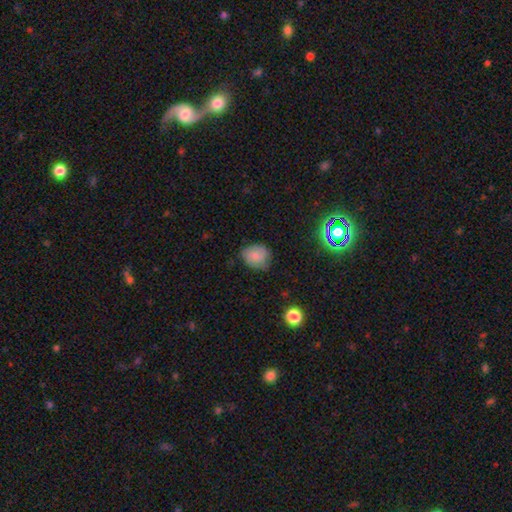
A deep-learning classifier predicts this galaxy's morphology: Smooth or featured?
  - smooth: 78% *
  - star or artifact: 11%
  - featured or disk: 11%
How rounded?
  - round: 57% *
  - in between: 42%
  - cigar-shaped: 1%
Merging?
  - none: 67% *
  - minor disturbance: 26%
  - major disturbance: 5%
  - merger: 1%